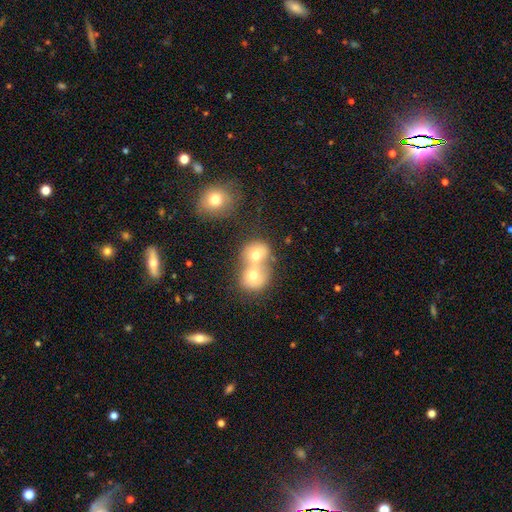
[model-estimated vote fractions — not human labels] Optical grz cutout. It shows a smooth galaxy with no disk features (52%) that is round (67%). Merging: merger (58%).